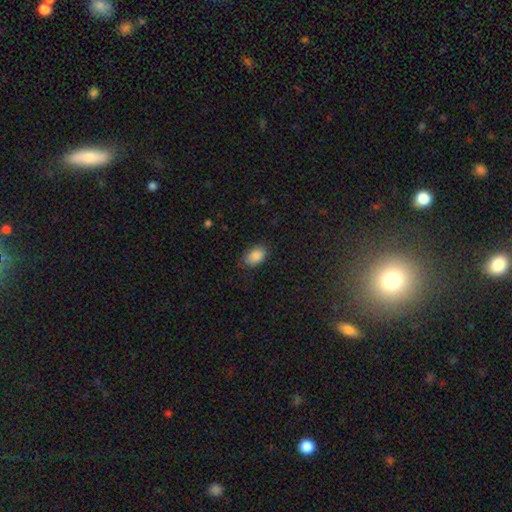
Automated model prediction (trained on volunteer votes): Smooth or featured? smooth (88%)
How rounded? in between (88%)
Merging? none (80%)